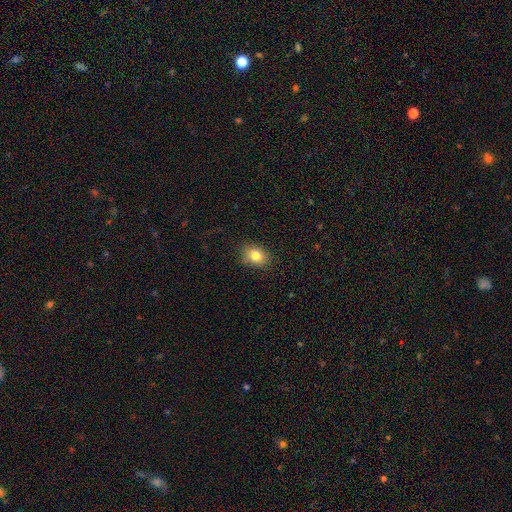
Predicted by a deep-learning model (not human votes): Overall: smooth (82%). How rounded: in between (59%; round 40%). Merging: none (84%).